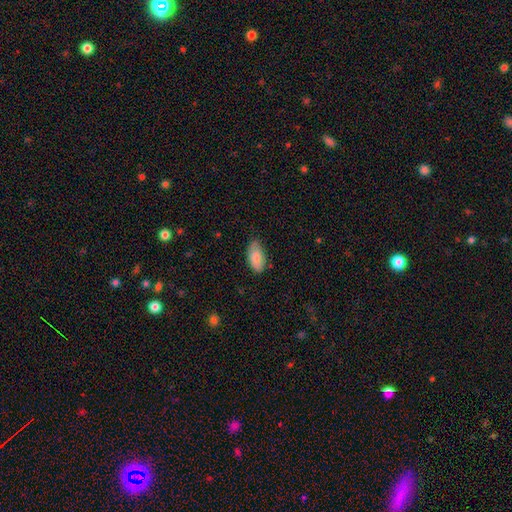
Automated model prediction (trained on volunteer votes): smooth_or_featured: smooth (p=0.84) [alt: featured or disk p=0.10]
how_rounded: in between (p=0.93) [alt: cigar-shaped p=0.05]
merging: none (p=0.71) [alt: minor disturbance p=0.24]